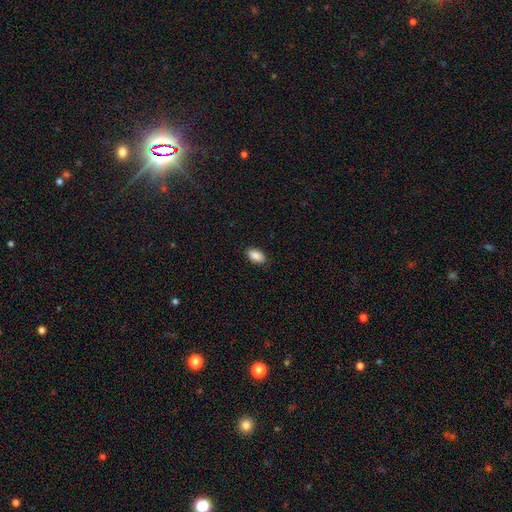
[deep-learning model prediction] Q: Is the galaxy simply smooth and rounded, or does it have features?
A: smooth — 90%.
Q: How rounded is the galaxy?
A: in between — 93%.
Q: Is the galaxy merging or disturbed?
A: none — 87%.